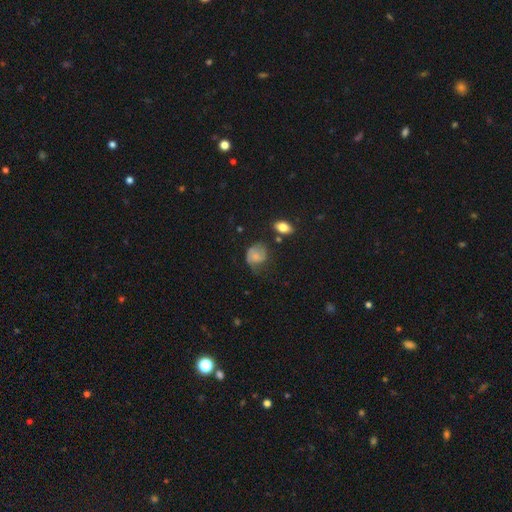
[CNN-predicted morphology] smooth_or_featured: smooth (p=0.55) [alt: featured or disk p=0.35]
how_rounded: round (p=0.63) [alt: in between p=0.36]
merging: none (p=0.50) [alt: minor disturbance p=0.31]